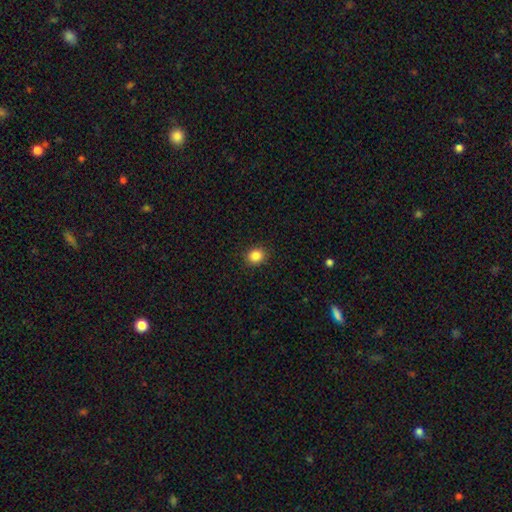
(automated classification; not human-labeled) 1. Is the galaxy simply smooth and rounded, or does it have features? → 86% smooth, 10% star or artifact, 4% featured or disk.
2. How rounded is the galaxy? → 75% round, 24% in between, 1% cigar-shaped.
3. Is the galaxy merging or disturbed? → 90% none, 7% minor disturbance, 2% major disturbance, 1% merger.